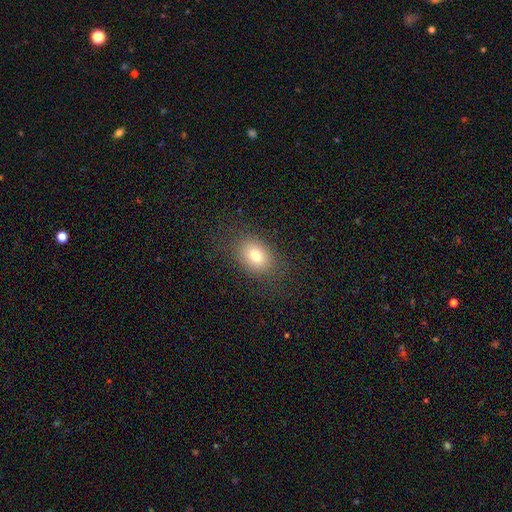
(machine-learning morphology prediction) A smooth galaxy with no disk features (76%) that is in between round and cigar-shaped (66%).

Vote fractions:
- Smooth or featured? smooth: 76% / star or artifact: 12% / featured or disk: 12%
- How rounded? in between: 66% / round: 33% / cigar-shaped: 1%
- Merging? none: 82% / minor disturbance: 11% / major disturbance: 6% / merger: 1%